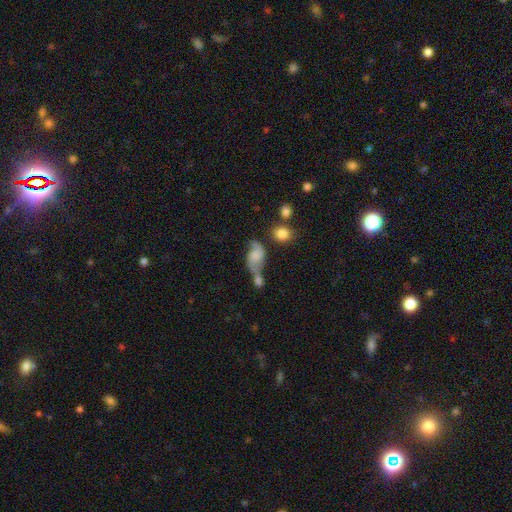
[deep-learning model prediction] The model was most divided on "merging": merger: 40%, none: 27%, minor disturbance: 17%, major disturbance: 16%. Remaining: edge-on disk — no (96%); spiral arms — yes (86%); bar — no (68%); smooth or featured — featured or disk (60%); bulge size — none (38%).